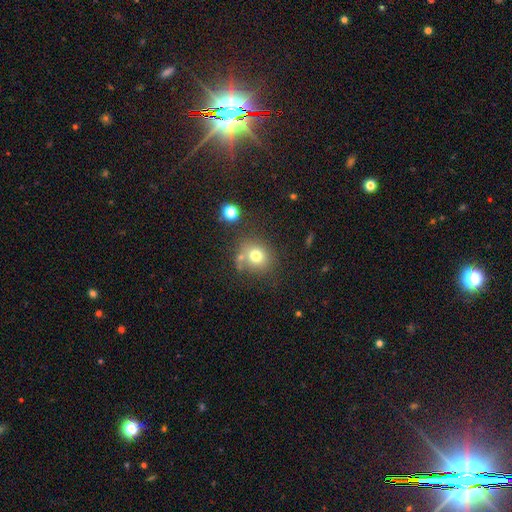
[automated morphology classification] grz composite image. It shows a smooth galaxy with no disk features (74%) that is round (77%). Merging: none (65%).